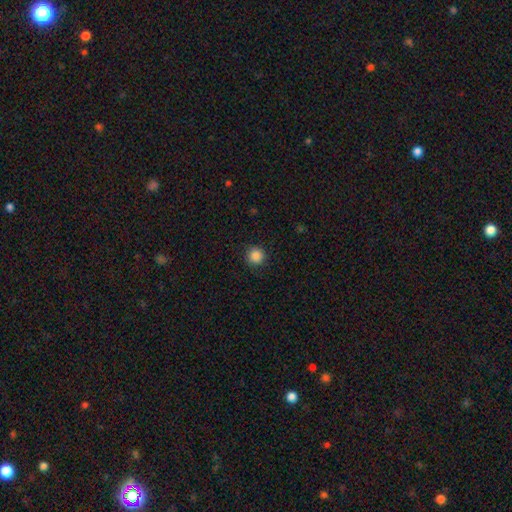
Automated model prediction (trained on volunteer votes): Morphology: type=smooth (87%); roundness=round (94%); merging=none (89%).